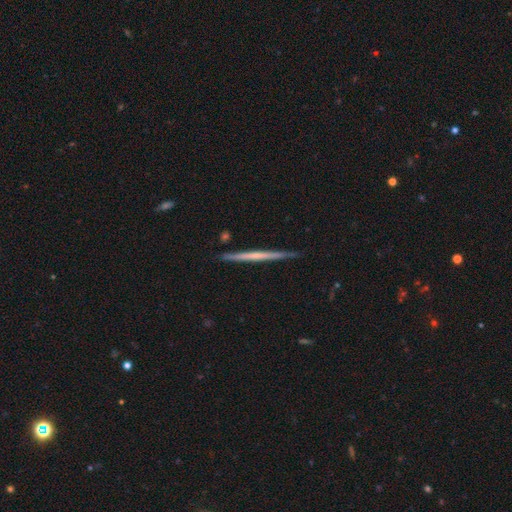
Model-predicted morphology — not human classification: This appears to be a featured or disk galaxy (60%) viewed edge-on (98%) with no central bulge (81%). Merging: none (89%).